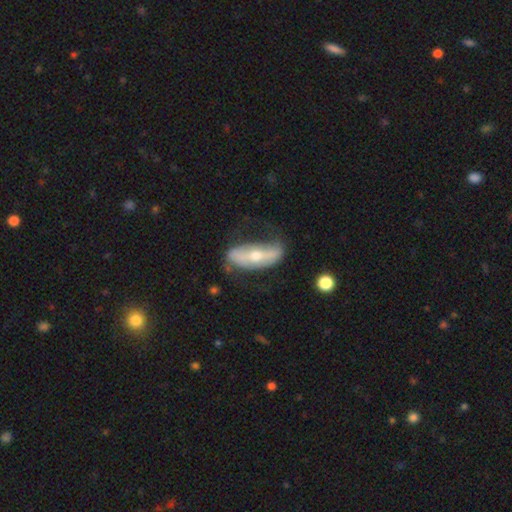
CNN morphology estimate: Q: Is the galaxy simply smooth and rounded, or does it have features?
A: featured or disk — 60%.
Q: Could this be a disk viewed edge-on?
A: no — 69%.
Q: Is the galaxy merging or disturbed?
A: none — 51%.